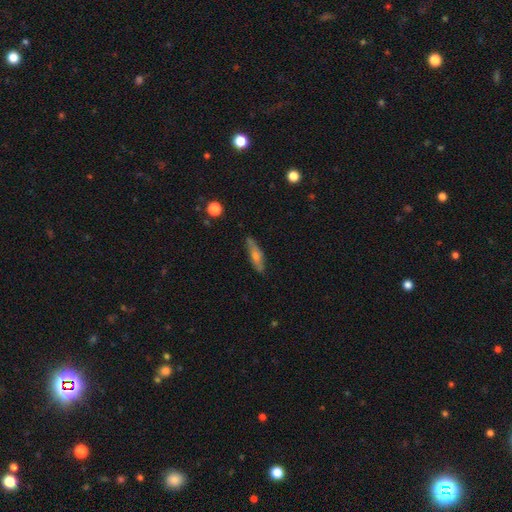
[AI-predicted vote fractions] Smooth or featured? Predicted: smooth (p=0.46). Merging? Predicted: none (p=0.79).